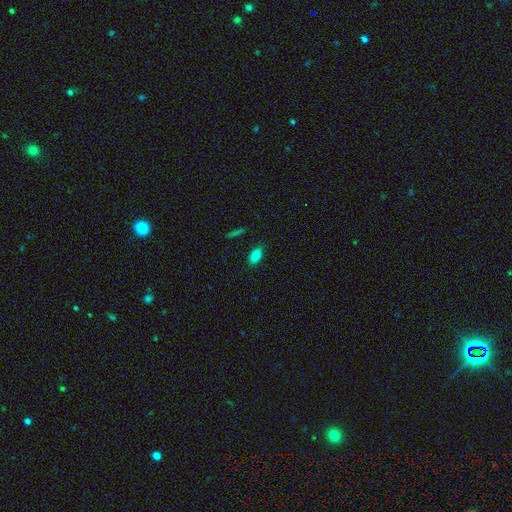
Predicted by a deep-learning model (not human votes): smooth_or_featured: smooth (p=0.82) [alt: star or artifact p=0.10]
how_rounded: in between (p=0.88) [alt: round p=0.06]
merging: none (p=0.87) [alt: minor disturbance p=0.10]